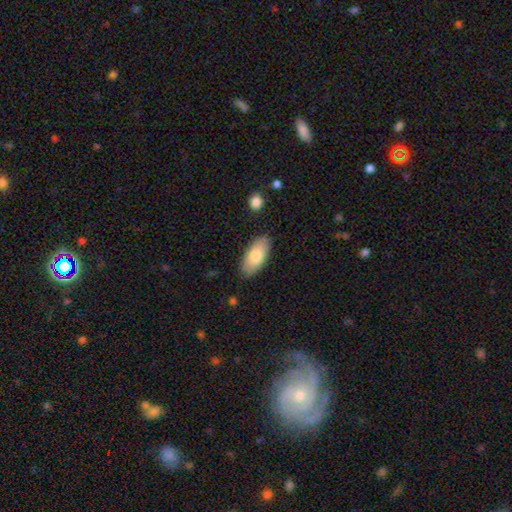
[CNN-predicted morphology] Overall: smooth (80%). How rounded: in between (91%). Merging: none (85%).